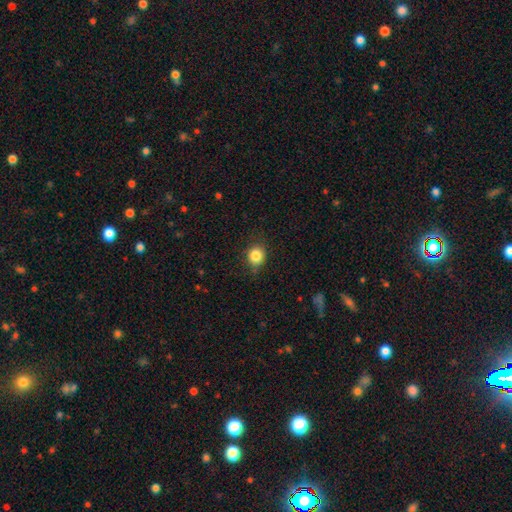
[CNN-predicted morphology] Smooth or featured?
  - smooth: 84% *
  - star or artifact: 11%
  - featured or disk: 5%
How rounded?
  - round: 79% *
  - in between: 20%
  - cigar-shaped: 1%
Merging?
  - none: 80% *
  - minor disturbance: 15%
  - major disturbance: 4%
  - merger: 1%